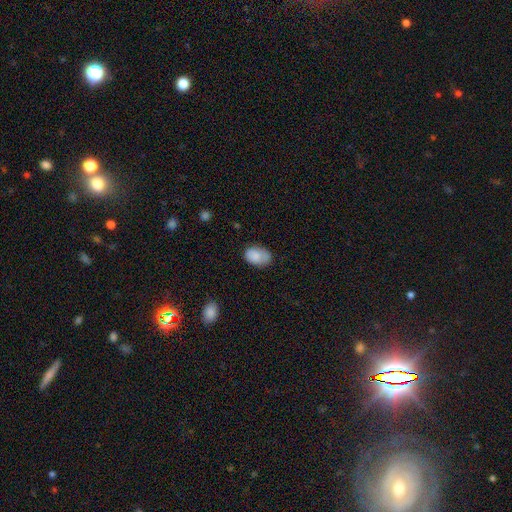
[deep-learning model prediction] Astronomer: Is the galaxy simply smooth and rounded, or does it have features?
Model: smooth — 83%.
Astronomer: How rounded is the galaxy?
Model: in between — 87%.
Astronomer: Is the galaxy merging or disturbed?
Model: none — 63%.